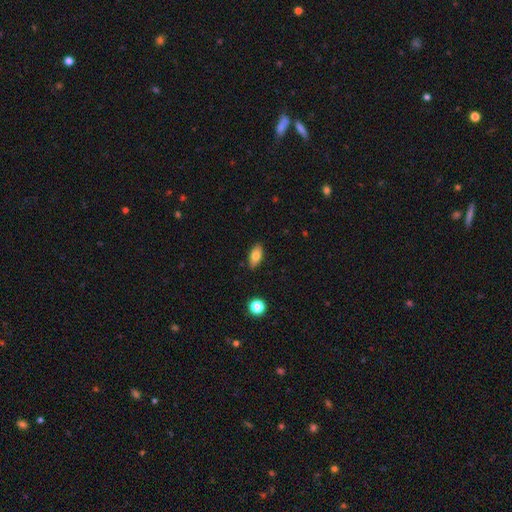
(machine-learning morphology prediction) smooth 77%, featured or disk 15%, star or artifact 8%. Down the decision tree: how rounded — in between (86%); merging — none (87%).